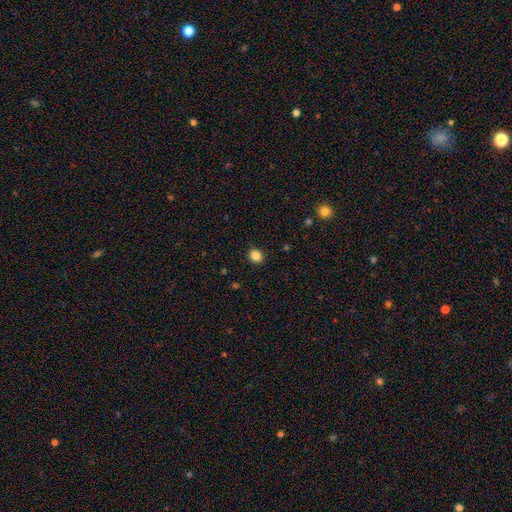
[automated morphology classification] Smooth or featured: smooth — 86% (star or artifact — 11%)
How rounded: round — 52% (in between — 47%)
Merging: none — 89% (minor disturbance — 8%)